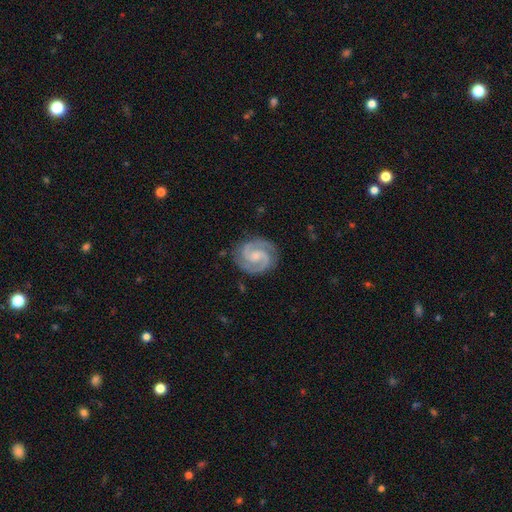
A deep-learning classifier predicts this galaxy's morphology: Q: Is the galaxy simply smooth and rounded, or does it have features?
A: featured or disk — 92%.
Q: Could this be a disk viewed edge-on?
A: no — 98%.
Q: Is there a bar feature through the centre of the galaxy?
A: weak — 44%, tied with no.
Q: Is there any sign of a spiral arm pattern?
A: yes — 99%.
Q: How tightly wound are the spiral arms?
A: medium — 49%.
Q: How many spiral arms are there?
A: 2 — 94%.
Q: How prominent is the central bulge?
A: small — 48%.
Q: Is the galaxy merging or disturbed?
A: none — 84%.